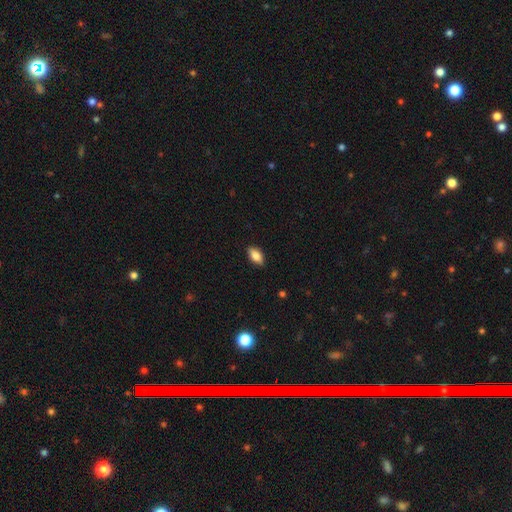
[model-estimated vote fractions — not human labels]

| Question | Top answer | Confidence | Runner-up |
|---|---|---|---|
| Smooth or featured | smooth | 83% | featured or disk (10%) |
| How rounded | in between | 91% | cigar-shaped (5%) |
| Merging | none | 88% | minor disturbance (10%) |